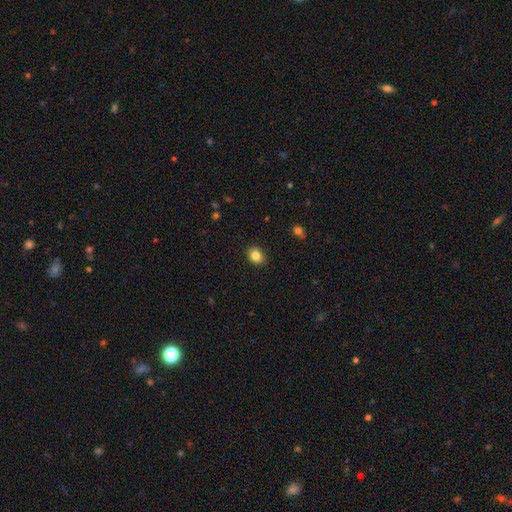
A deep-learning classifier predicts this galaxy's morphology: Q: Smooth or featured?
A: smooth (84%); runner-up: star or artifact (10%)
Q: How rounded?
A: round (56%); runner-up: in between (43%)
Q: Merging?
A: none (89%); runner-up: minor disturbance (8%)